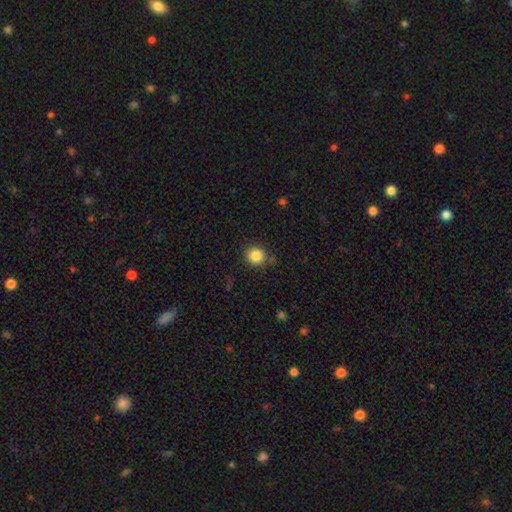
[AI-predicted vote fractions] smooth-or-featured: smooth: 84% | star or artifact: 11% | featured or disk: 5%
  how-rounded: round: 90% | in between: 9% | cigar-shaped: 1%
  merging: none: 84% | minor disturbance: 11% | major disturbance: 3% | merger: 2%